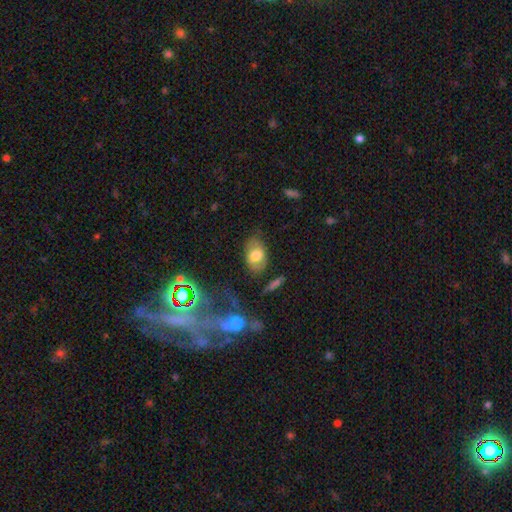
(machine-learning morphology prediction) This is likely a smooth galaxy (63%). How rounded: clearly in between (87%). Merging: likely none (75%).